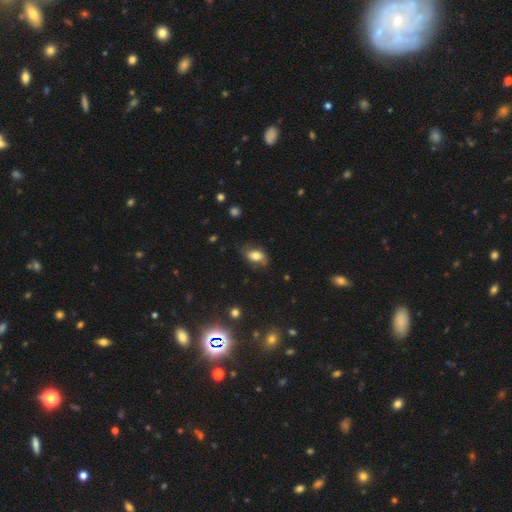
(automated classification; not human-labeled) Overall: smooth (72%). How rounded: in between (86%). Merging: none (66%).